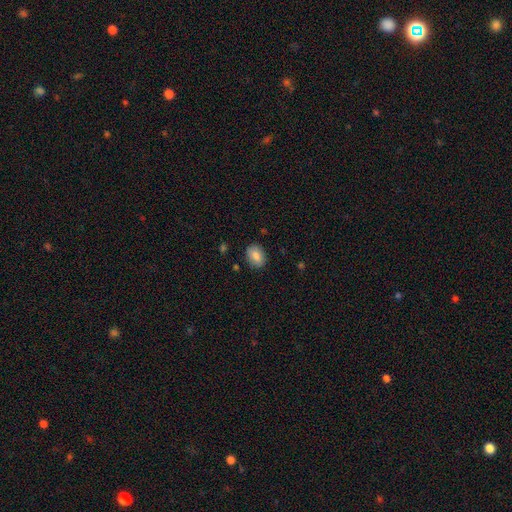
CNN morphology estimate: This appears to be a smooth galaxy with no disk features (83%) that is in between round and cigar-shaped (75%). Merging: none (86%).